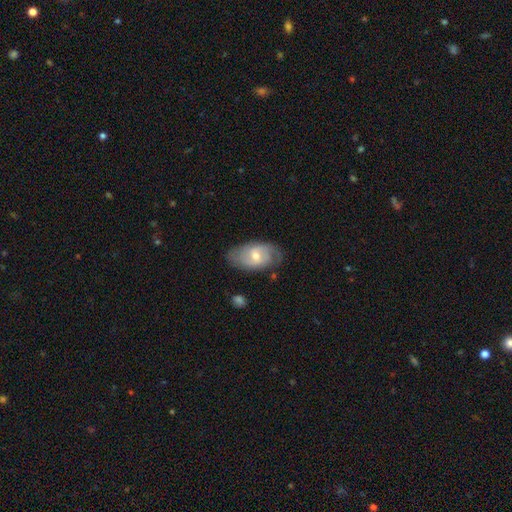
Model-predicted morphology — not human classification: Overall: featured or disk (63%; smooth 30%). Edge-on disk: no (94%). Bar: no (47%; weak 44%). Spiral arms: yes (83%). Bulge size: moderate (54%; small 42%). Merging: none (73%).